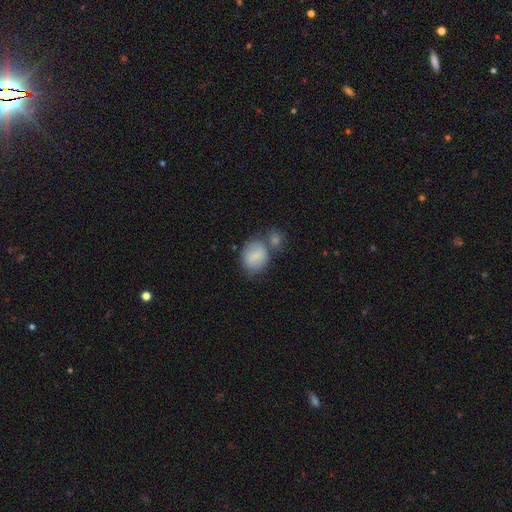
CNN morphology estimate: smooth 79%, featured or disk 13%, star or artifact 7%. Down the decision tree: how rounded — in between (54%); merging — none (40%).